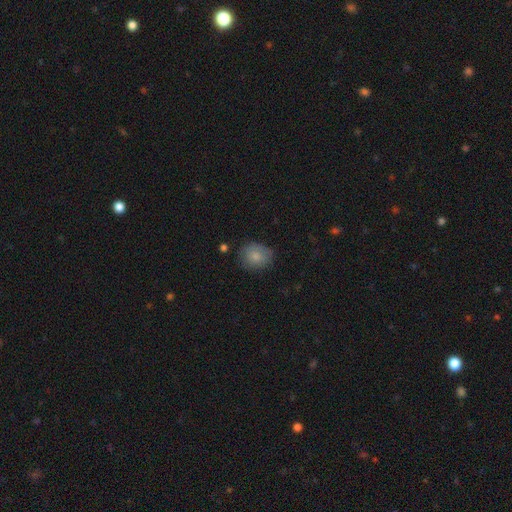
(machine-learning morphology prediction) smooth_or_featured: smooth (p=0.83) [alt: featured or disk p=0.10]
how_rounded: round (p=0.59) [alt: in between p=0.40]
merging: none (p=0.74) [alt: minor disturbance p=0.19]